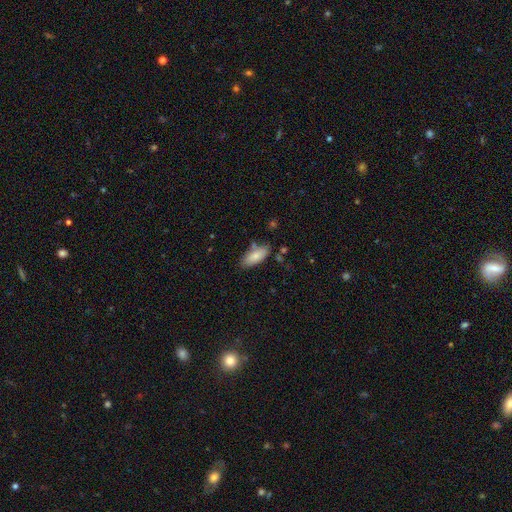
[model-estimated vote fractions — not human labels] smooth 82%, featured or disk 11%, star or artifact 7%. Down the decision tree: how rounded — in between (82%); merging — none (75%).